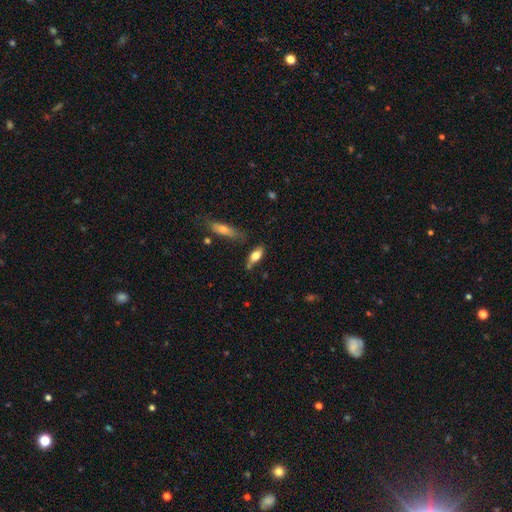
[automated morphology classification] smooth 73%, featured or disk 19%, star or artifact 7%. Down the decision tree: how rounded — in between (77%); merging — none (61%).